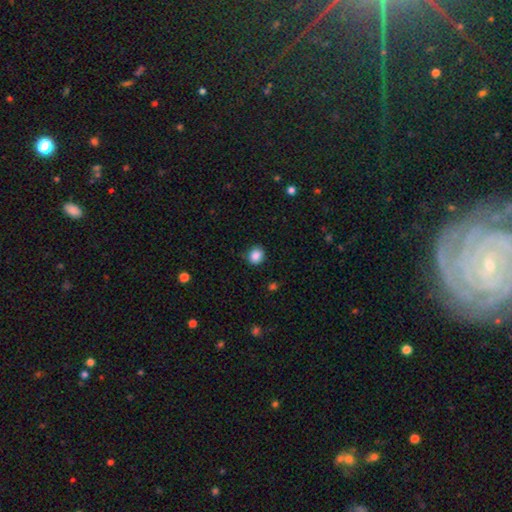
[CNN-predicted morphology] This is clearly a smooth galaxy (87%). How rounded: likely round (73%). Merging: clearly none (83%).